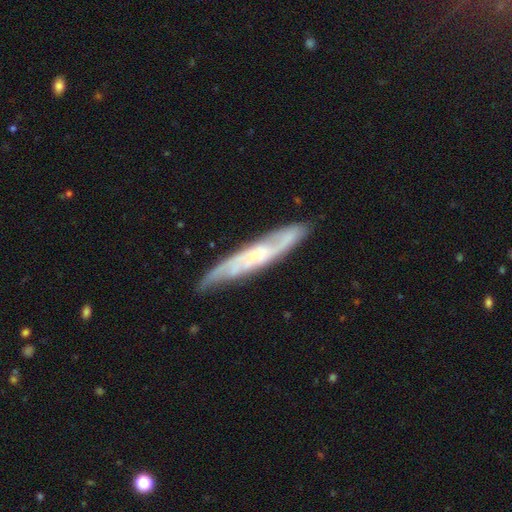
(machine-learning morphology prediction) A featured or disk galaxy (78%). Merging: none (79%).